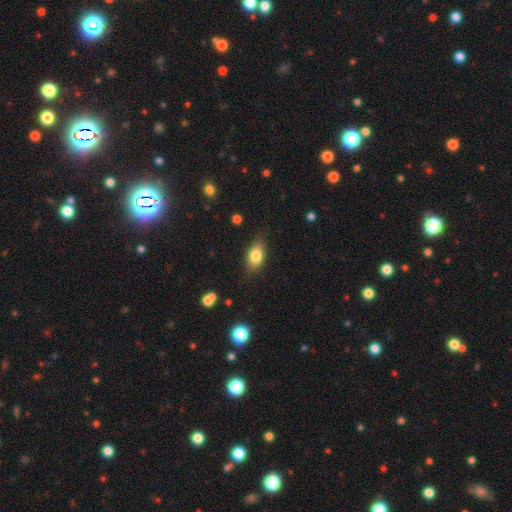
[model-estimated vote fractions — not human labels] Smooth or featured? smooth (80%)
How rounded? in between (86%)
Merging? none (79%)